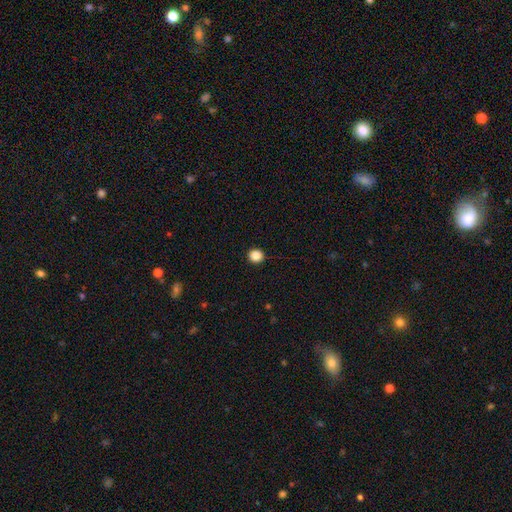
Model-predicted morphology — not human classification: This appears to be a smooth galaxy with no disk features (87%) that is round (92%). Merging: none (93%).